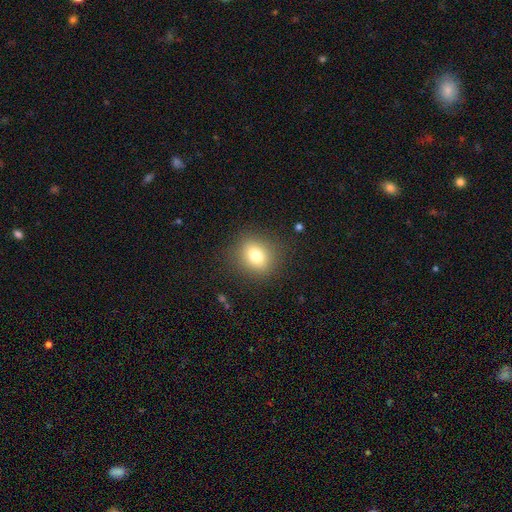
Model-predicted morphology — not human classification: A smooth galaxy with no disk features (77%) that is round (71%). Merging: none (87%).